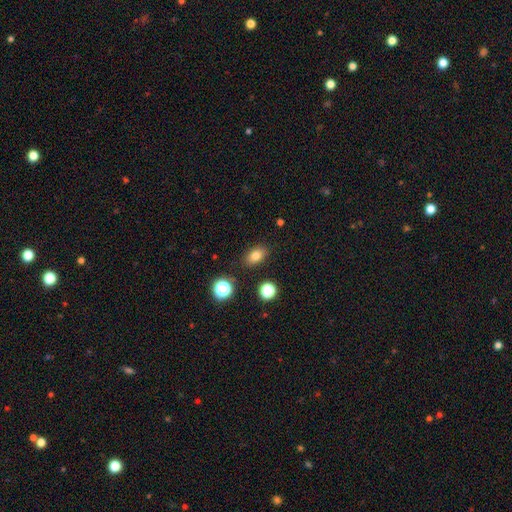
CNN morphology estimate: Smooth or featured: smooth — 79% (star or artifact — 13%)
How rounded: in between — 79% (round — 19%)
Merging: none — 85% (minor disturbance — 10%)